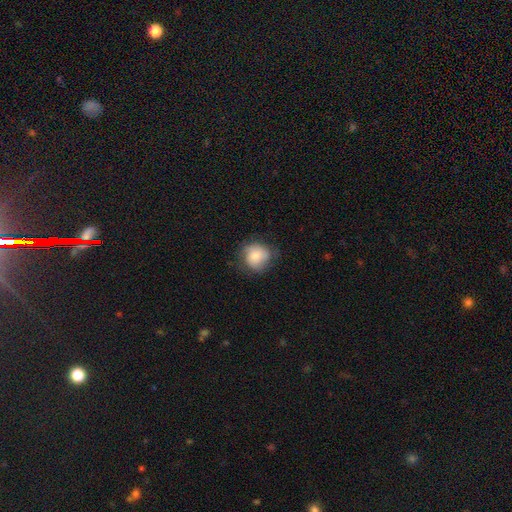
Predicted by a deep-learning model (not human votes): Smooth or featured?
  - smooth: 72% *
  - featured or disk: 20%
  - star or artifact: 8%
How rounded?
  - round: 81% *
  - in between: 18%
  - cigar-shaped: 1%
Merging?
  - none: 64% *
  - minor disturbance: 26%
  - major disturbance: 9%
  - merger: 1%